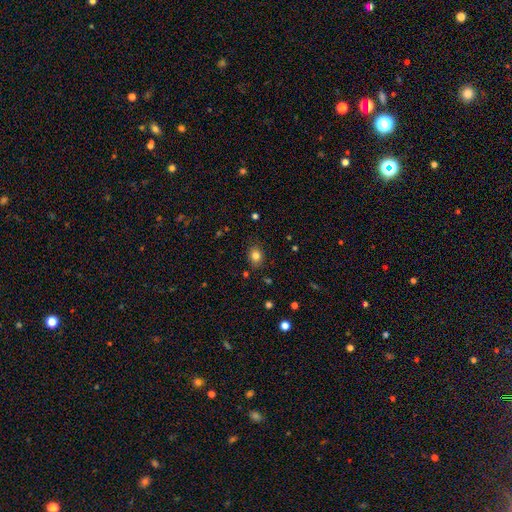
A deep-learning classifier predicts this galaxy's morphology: type=smooth (81%); roundness=in between (51%); merging=none (83%).